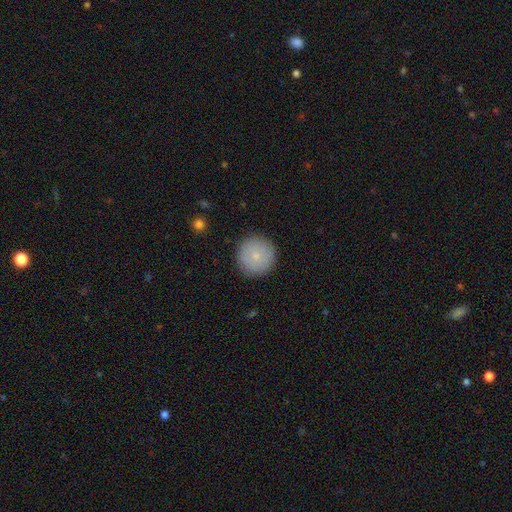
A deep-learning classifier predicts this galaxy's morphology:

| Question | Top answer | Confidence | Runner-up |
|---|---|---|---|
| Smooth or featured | smooth | 78% | featured or disk (15%) |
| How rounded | round | 96% | in between (3%) |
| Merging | none | 90% | minor disturbance (7%) |